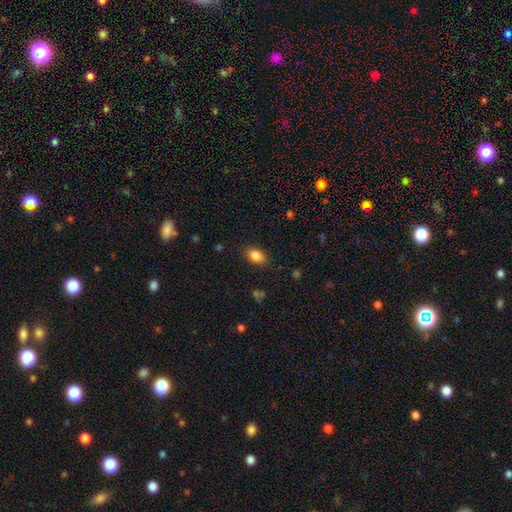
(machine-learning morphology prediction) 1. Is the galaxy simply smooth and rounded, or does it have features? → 85% smooth, 9% star or artifact, 6% featured or disk.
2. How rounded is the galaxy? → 87% in between, 11% round, 2% cigar-shaped.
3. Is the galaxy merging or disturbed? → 85% none, 11% minor disturbance, 3% major disturbance, 1% merger.